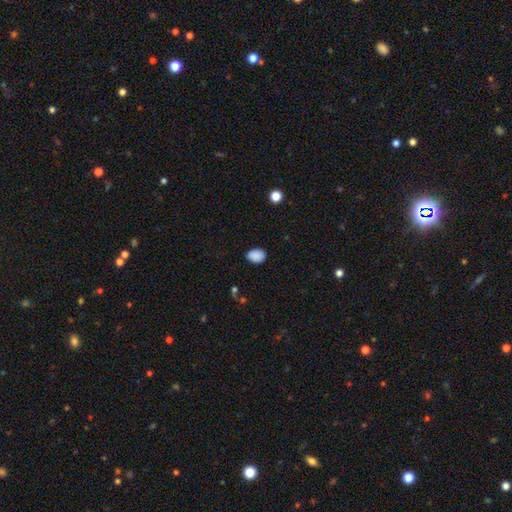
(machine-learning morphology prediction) smooth-or-featured: smooth: 89% | star or artifact: 8% | featured or disk: 3%
  how-rounded: in between: 76% | round: 23% | cigar-shaped: 1%
  merging: none: 84% | minor disturbance: 12% | major disturbance: 2% | merger: 1%